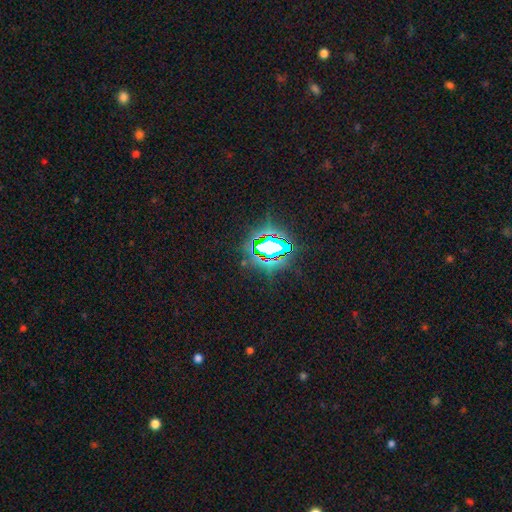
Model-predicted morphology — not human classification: Smooth or featured? star or artifact (84%)